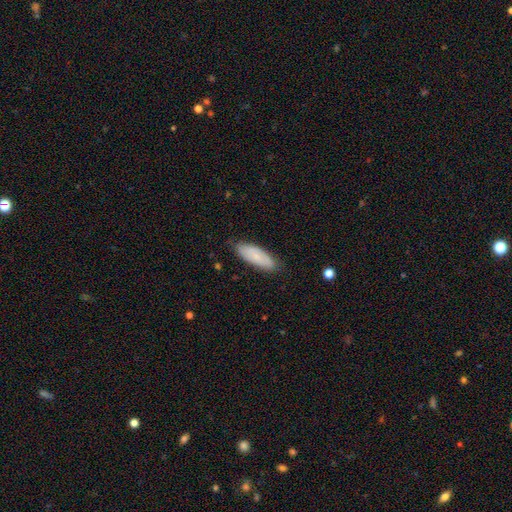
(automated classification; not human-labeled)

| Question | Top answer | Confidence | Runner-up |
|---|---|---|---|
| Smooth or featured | smooth | 79% | featured or disk (15%) |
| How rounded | in between | 63% | cigar-shaped (36%) |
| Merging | none | 82% | minor disturbance (14%) |